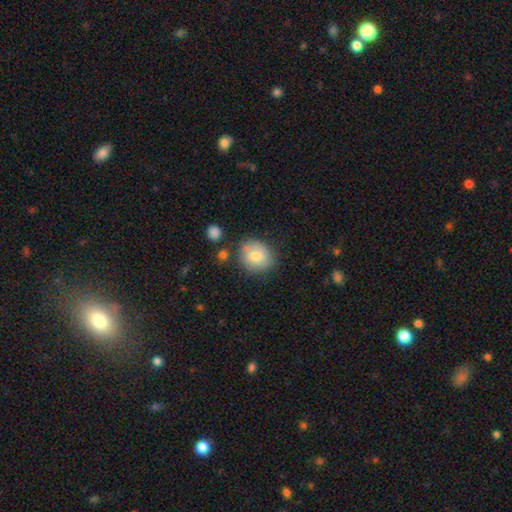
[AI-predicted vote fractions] smooth-or-featured: smooth: 69% | featured or disk: 24% | star or artifact: 8%
  how-rounded: round: 80% | in between: 19% | cigar-shaped: 1%
  merging: none: 72% | minor disturbance: 17% | merger: 6% | major disturbance: 5%